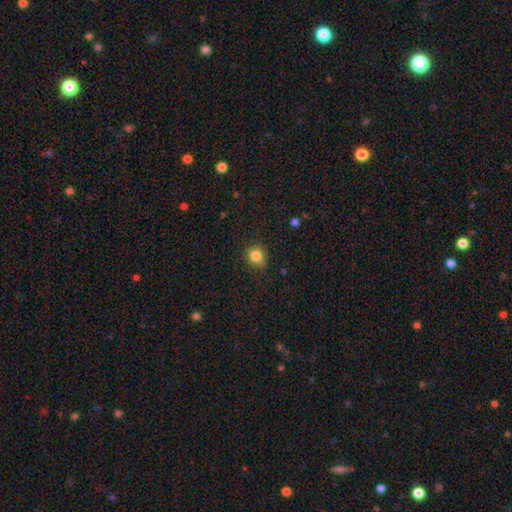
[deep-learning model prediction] This appears to be a smooth galaxy with no disk features (83%) that is round (78%). Merging: none (76%).